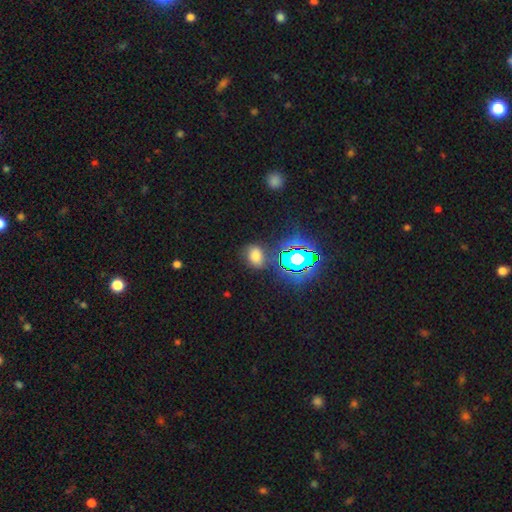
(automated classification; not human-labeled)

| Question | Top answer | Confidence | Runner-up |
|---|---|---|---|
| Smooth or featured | smooth | 63% | star or artifact (28%) |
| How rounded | in between | 65% | round (33%) |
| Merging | none | 75% | minor disturbance (15%) |